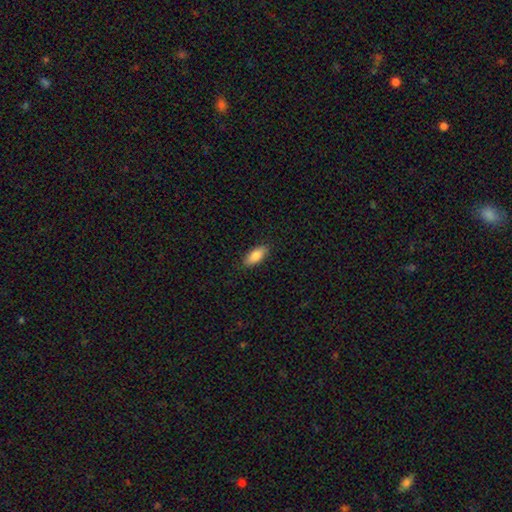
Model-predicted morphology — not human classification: A smooth galaxy with no disk features (84%) that is in between round and cigar-shaped (80%). Merging: none (88%).